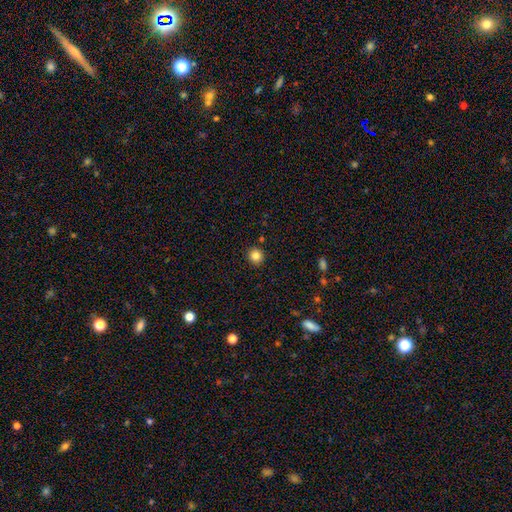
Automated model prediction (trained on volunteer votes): Smooth or featured? smooth (84%)
How rounded? round (93%)
Merging? none (91%)